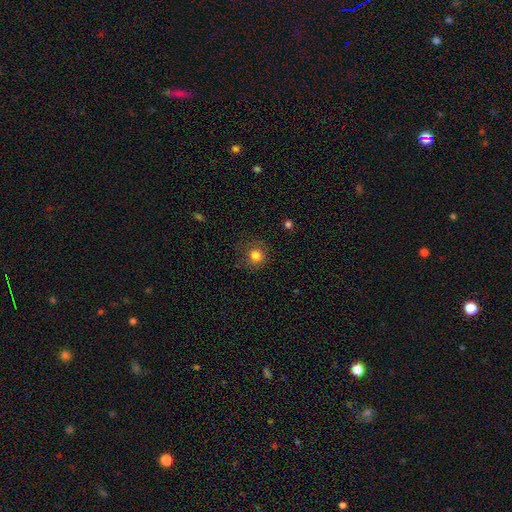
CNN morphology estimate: The model was most divided on "merging": none: 77%, minor disturbance: 15%, major disturbance: 7%, merger: 1%. More confident: how rounded — round (89%); smooth or featured — smooth (81%).